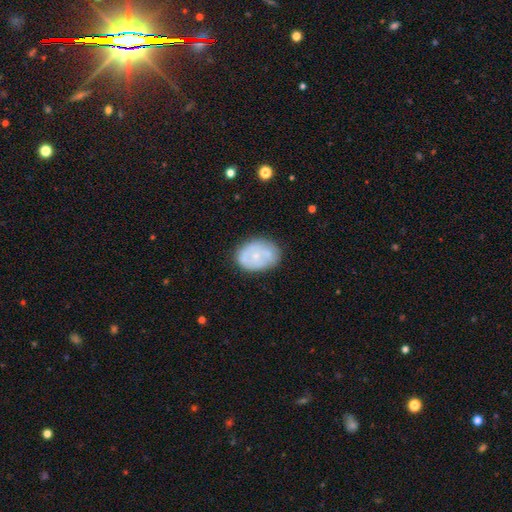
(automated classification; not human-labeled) Morphology: type=featured or disk (49%); merging=none (67%).